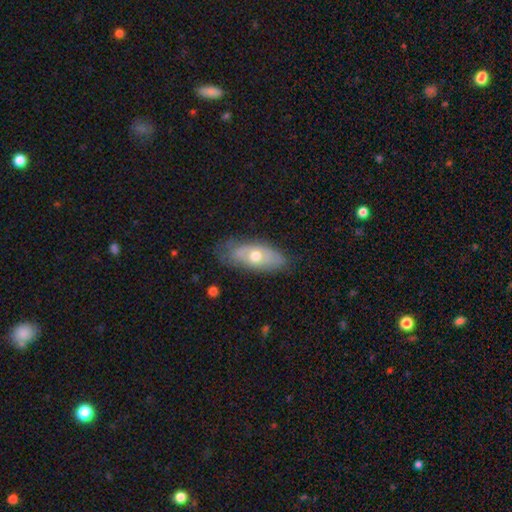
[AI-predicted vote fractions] smooth-or-featured: smooth: 50% | featured or disk: 44% | star or artifact: 6%
  merging: none: 65% | minor disturbance: 25% | major disturbance: 8% | merger: 2%